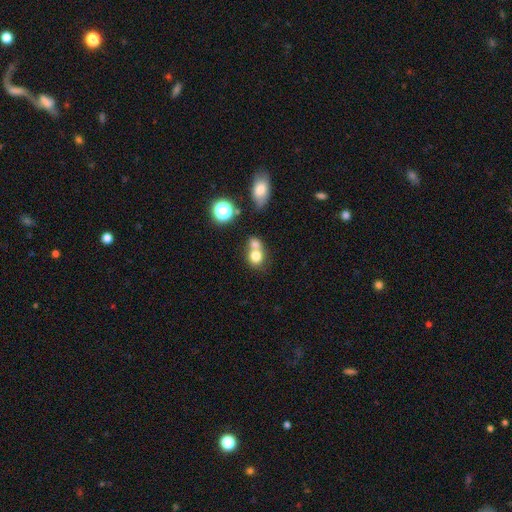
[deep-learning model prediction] smooth-or-featured: smooth: 75% | featured or disk: 13% | star or artifact: 13%
  how-rounded: round: 72% | in between: 27% | cigar-shaped: 1%
  merging: merger: 53% | none: 35% | minor disturbance: 8% | major disturbance: 4%